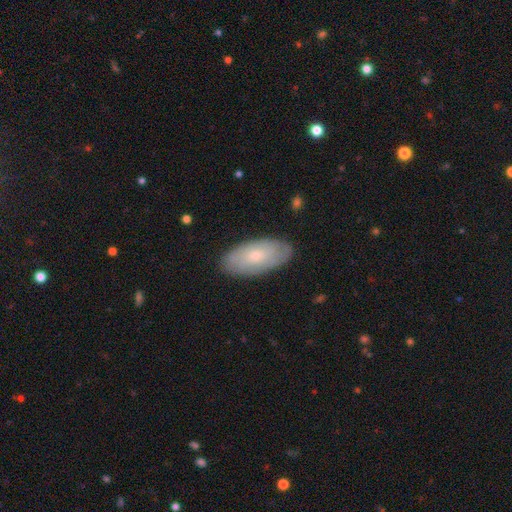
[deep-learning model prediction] smooth 61%, featured or disk 33%, star or artifact 6%. Down the decision tree: how rounded — in between (92%); merging — none (84%).